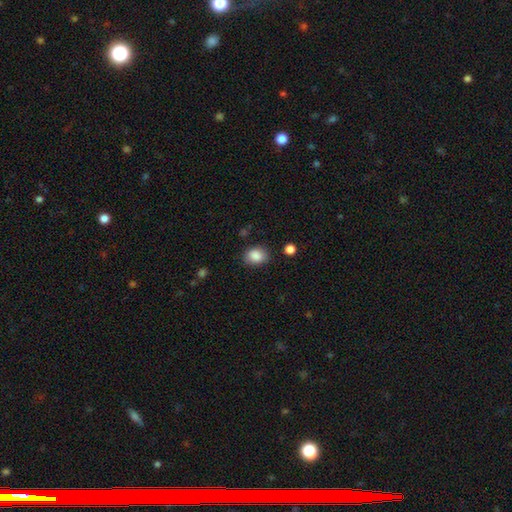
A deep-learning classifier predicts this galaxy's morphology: The model was most divided on "how rounded": in between: 57%, round: 42%, cigar-shaped: 1%. More confident: smooth or featured — smooth (87%); merging — none (80%).